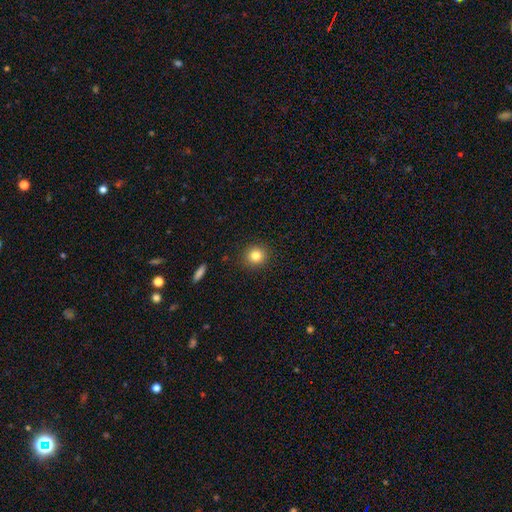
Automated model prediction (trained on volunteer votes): A smooth galaxy with no disk features (82%) that is round (90%). Merging: none (91%).